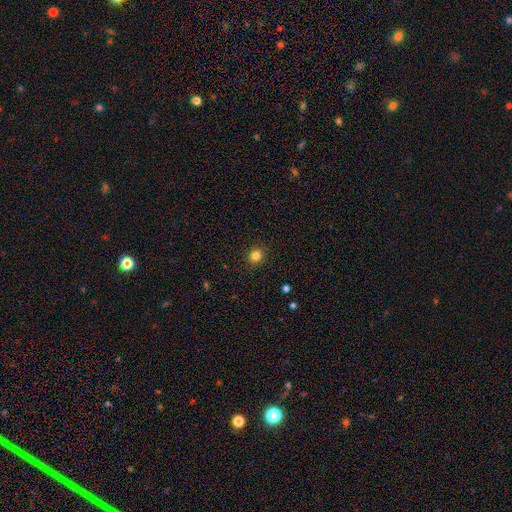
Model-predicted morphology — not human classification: Q: Smooth or featured?
A: smooth (82%); runner-up: star or artifact (13%)
Q: How rounded?
A: round (91%); runner-up: in between (8%)
Q: Merging?
A: none (92%); runner-up: minor disturbance (5%)